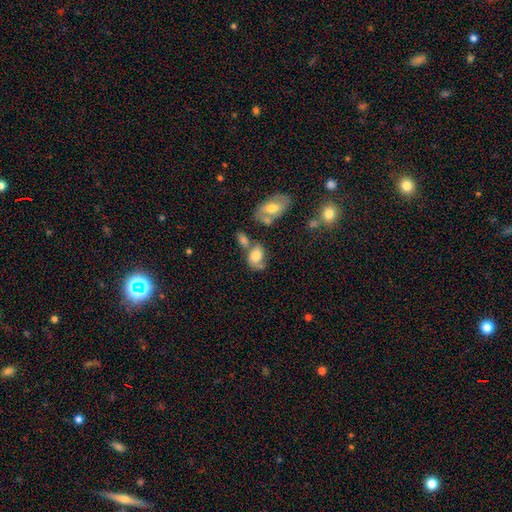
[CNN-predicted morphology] smooth_or_featured: smooth (p=0.66) [alt: featured or disk p=0.25]
how_rounded: in between (p=0.78) [alt: round p=0.21]
merging: none (p=0.35) [alt: merger p=0.31]